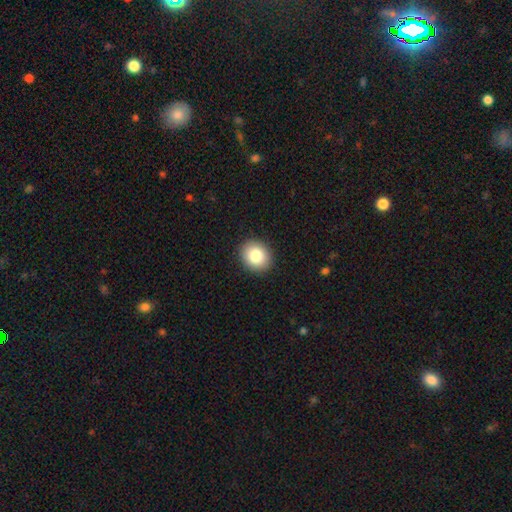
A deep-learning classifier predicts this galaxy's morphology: smooth_or_featured: smooth (p=0.83) [alt: star or artifact p=0.09]
how_rounded: round (p=0.67) [alt: in between p=0.32]
merging: none (p=0.91) [alt: minor disturbance p=0.06]